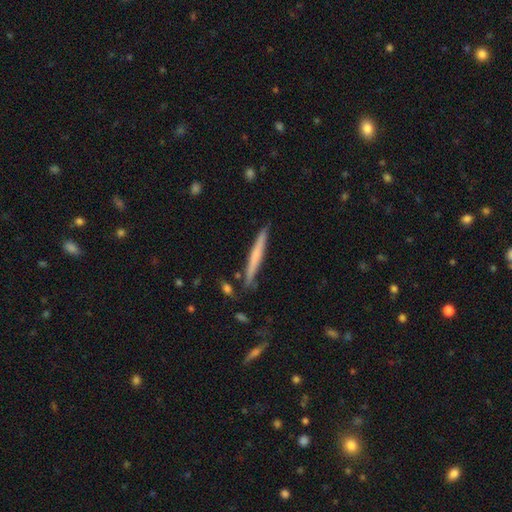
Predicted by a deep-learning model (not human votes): This appears to be a smooth galaxy with no disk features (53%) that is cigar-shaped (96%). Merging: none (86%).